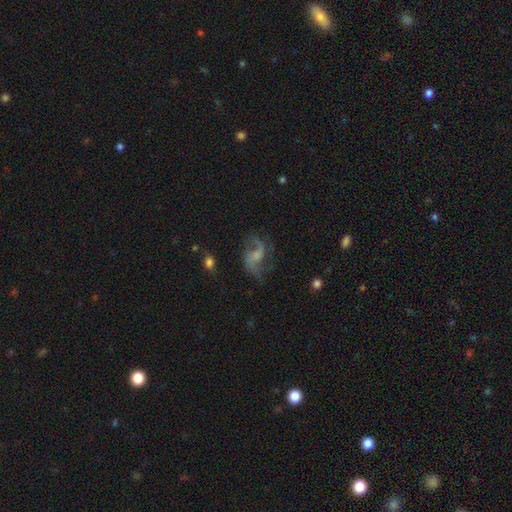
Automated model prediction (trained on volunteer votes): Overall: featured or disk (74%). Edge-on disk: no (97%). Bar: no (48%; weak 42%). Spiral arms: yes (89%). Spiral arm count: 2 (78%). Spiral winding: loose (59%; medium 34%). Bulge size: none (34%; small 30%). Merging: none (54%; major disturbance 24%).